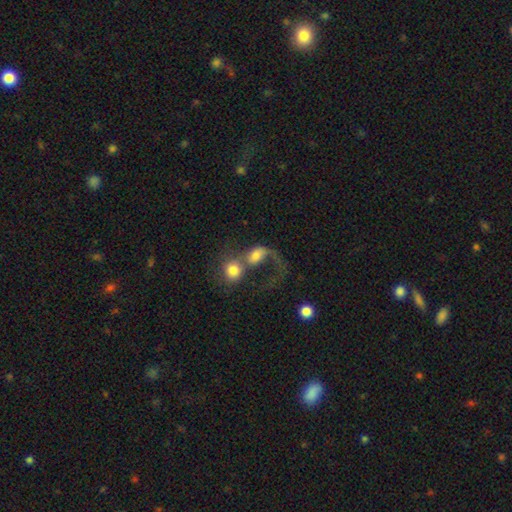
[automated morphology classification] smooth-or-featured: smooth: 53% | featured or disk: 36% | star or artifact: 10%
  how-rounded: round: 51% | in between: 46% | cigar-shaped: 3%
  merging: merger: 69% | major disturbance: 16% | none: 10% | minor disturbance: 5%